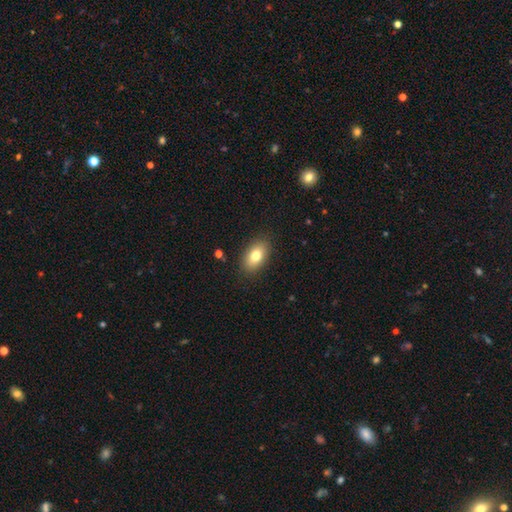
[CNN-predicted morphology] A smooth galaxy with no disk features (79%) that is in between round and cigar-shaped (90%).

Vote fractions:
- Smooth or featured? smooth: 79% / featured or disk: 13% / star or artifact: 8%
- How rounded? in between: 90% / round: 7% / cigar-shaped: 3%
- Merging? none: 87% / minor disturbance: 9% / major disturbance: 2% / merger: 1%